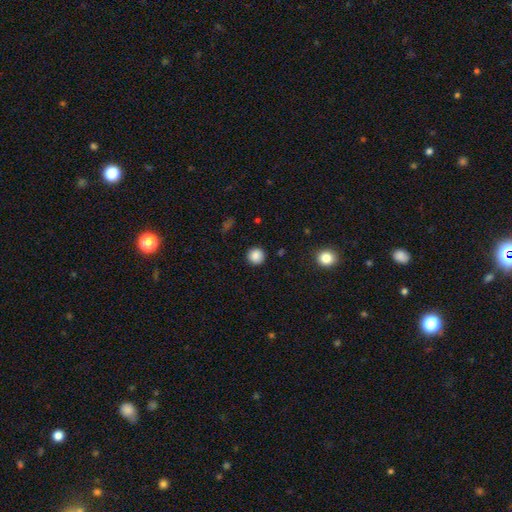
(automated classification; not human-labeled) Smooth or featured? smooth (87%)
How rounded? round (94%)
Merging? none (91%)